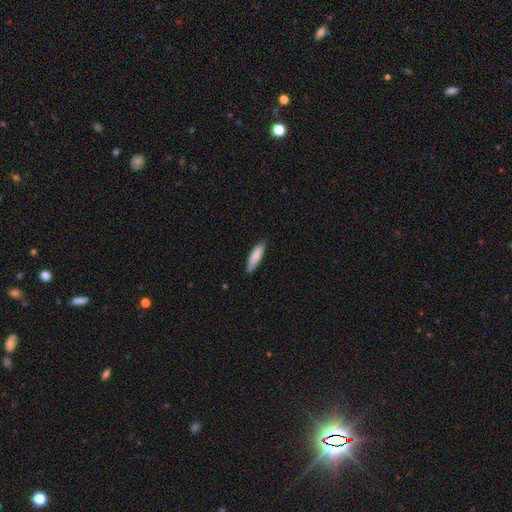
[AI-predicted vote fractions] smooth 85%, featured or disk 10%, star or artifact 6%. Down the decision tree: how rounded — cigar-shaped (62%); merging — none (81%).